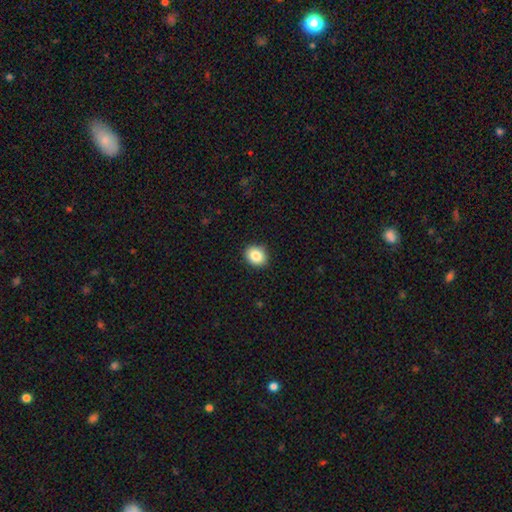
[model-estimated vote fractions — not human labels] smooth_or_featured: smooth (p=0.86) [alt: star or artifact p=0.09]
how_rounded: round (p=0.63) [alt: in between p=0.36]
merging: none (p=0.91) [alt: minor disturbance p=0.07]